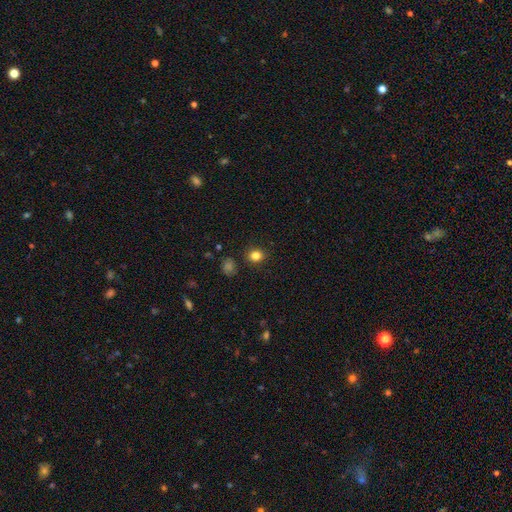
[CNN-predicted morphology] The model was most divided on "how rounded": round: 74%, in between: 25%, cigar-shaped: 1%. More confident: merging — none (88%); smooth or featured — smooth (83%).